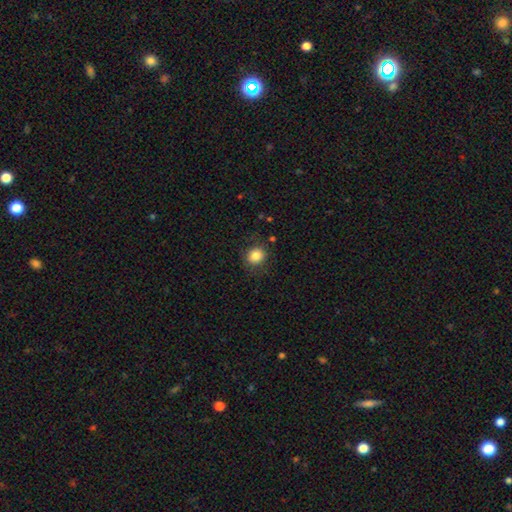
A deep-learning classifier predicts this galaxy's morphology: smooth_or_featured: smooth (p=0.84) [alt: star or artifact p=0.11]
how_rounded: round (p=0.81) [alt: in between p=0.18]
merging: none (p=0.85) [alt: minor disturbance p=0.11]